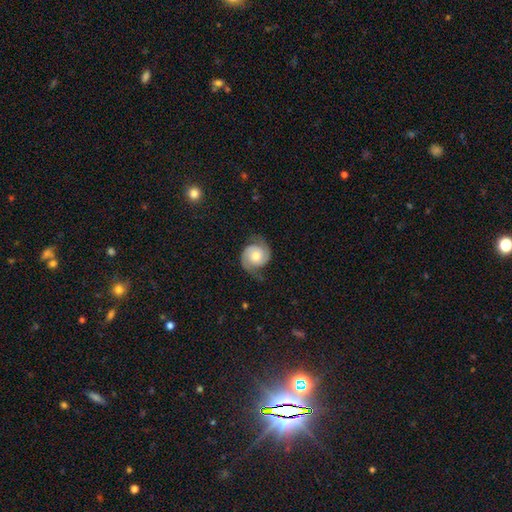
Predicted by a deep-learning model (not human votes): This appears to be a featured or disk galaxy (81%) with no bar (73%), 2 (92%) medium (45%) spiral arms (97%) and a moderate central bulge (64%). Merging: none (75%).